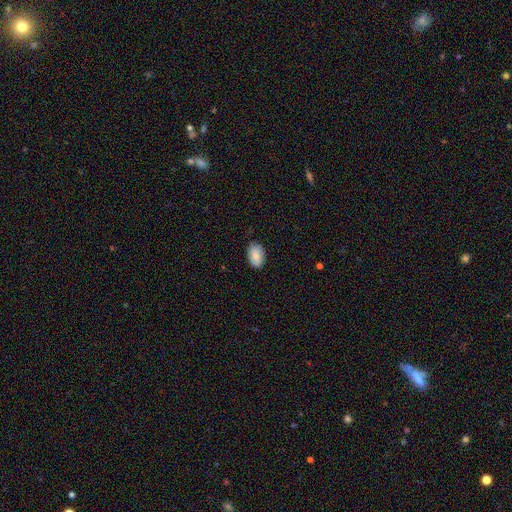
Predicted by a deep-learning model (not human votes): A smooth galaxy with no disk features (82%) that is in between round and cigar-shaped (92%). Merging: none (78%).